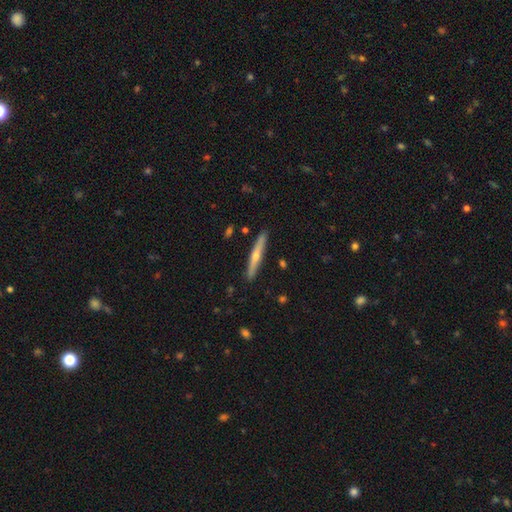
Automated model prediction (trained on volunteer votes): Smooth or featured?
  - featured or disk: 59% *
  - smooth: 35%
  - star or artifact: 6%
Edge-on disk?
  - yes: 97% *
  - no: 3%
Edge-on bulge?
  - rounded: 85% *
  - none: 13%
  - boxy: 2%
Merging?
  - none: 91% *
  - minor disturbance: 7%
  - merger: 1%
  - major disturbance: 1%